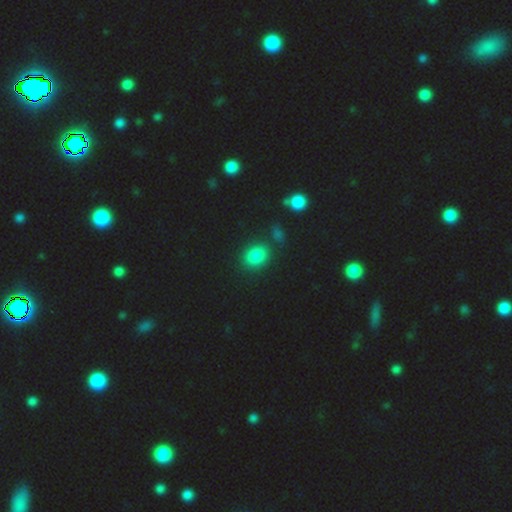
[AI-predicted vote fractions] Q: Smooth or featured?
A: smooth (79%); runner-up: star or artifact (16%)
Q: How rounded?
A: in between (58%); runner-up: round (40%)
Q: Merging?
A: none (79%); runner-up: minor disturbance (10%)